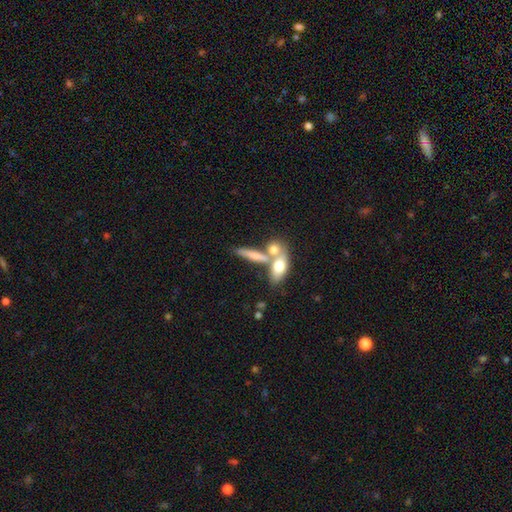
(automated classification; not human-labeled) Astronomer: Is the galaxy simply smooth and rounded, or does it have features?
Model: smooth — 63%.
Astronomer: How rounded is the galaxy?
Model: cigar-shaped — 57%.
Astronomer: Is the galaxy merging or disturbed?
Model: merger — 43% (runner-up: none, 41%).